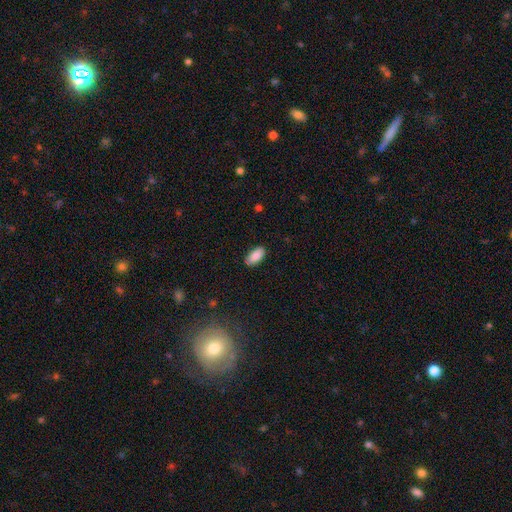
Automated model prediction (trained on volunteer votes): A smooth galaxy with no disk features (88%) that is in between round and cigar-shaped (91%). Merging: none (86%).